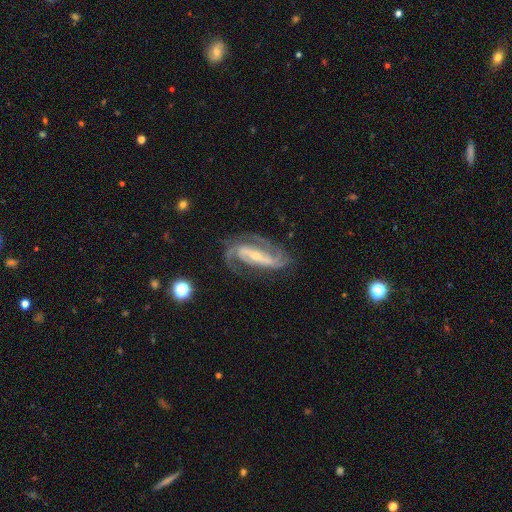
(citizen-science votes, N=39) featured or disk 77%, smooth 13%, star or artifact 10%. Down the decision tree: edge-on disk — no (93%); bar — strong (79%); spiral arms — yes (100%); spiral arm count — 2 (64%); spiral winding — medium (57%); bulge size — small (50%); merging — none (74%).